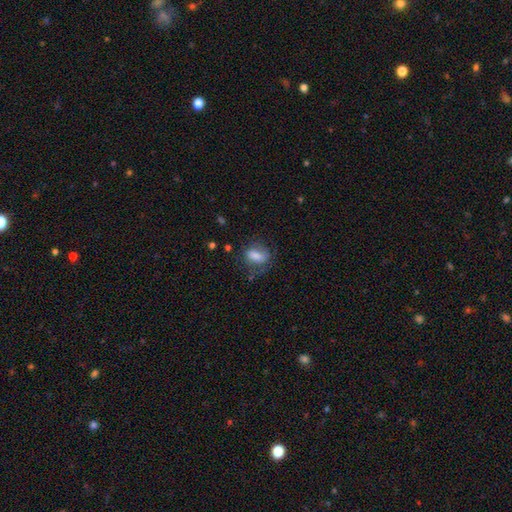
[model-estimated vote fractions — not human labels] This is likely a smooth galaxy (73%). How rounded: likely in between (78%). Merging: possibly none (58%).